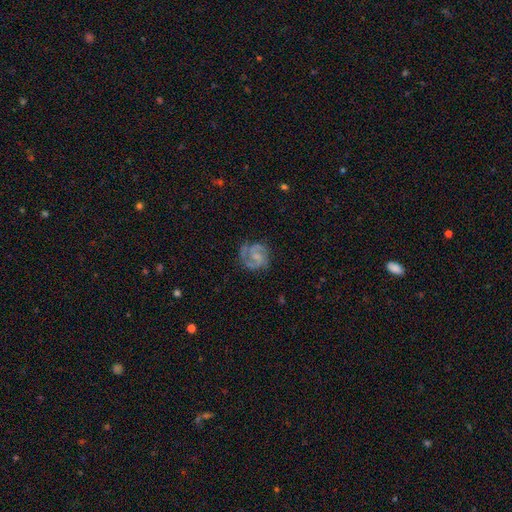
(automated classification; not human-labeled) The model was most divided on "spiral winding": medium: 47%, tight: 41%, loose: 12%. Remaining: edge-on disk — no (98%); spiral arms — yes (94%); smooth or featured — featured or disk (79%); merging — none (70%); spiral arm count — 2 (65%); bar — no (50%); bulge size — small (47%).